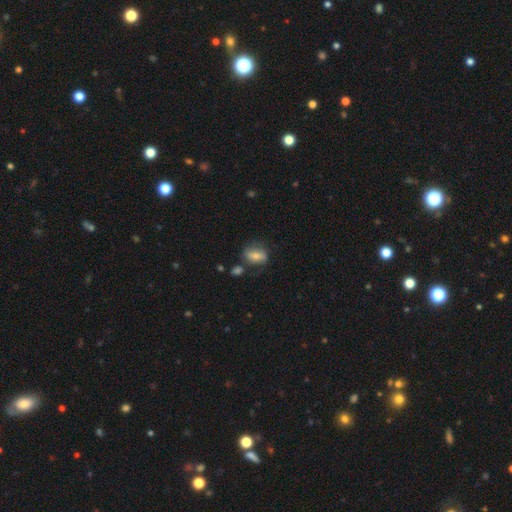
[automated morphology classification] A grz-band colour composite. It shows a smooth galaxy with no disk features (63%) that is in between round and cigar-shaped (77%). Merging: none (62%).